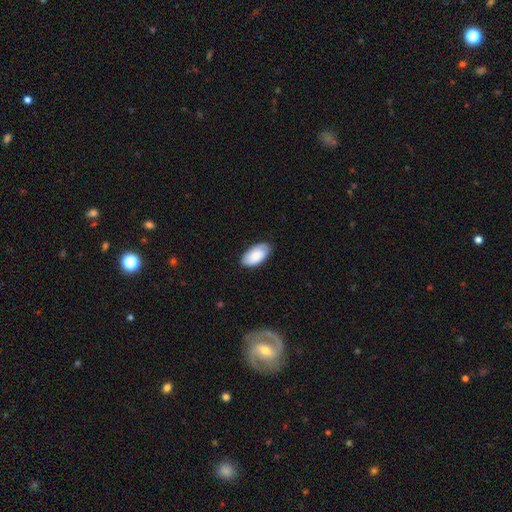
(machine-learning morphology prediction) Smooth or featured? Predicted: smooth (p=0.81). How rounded? Predicted: in between (p=0.96). Merging? Predicted: none (p=0.81).